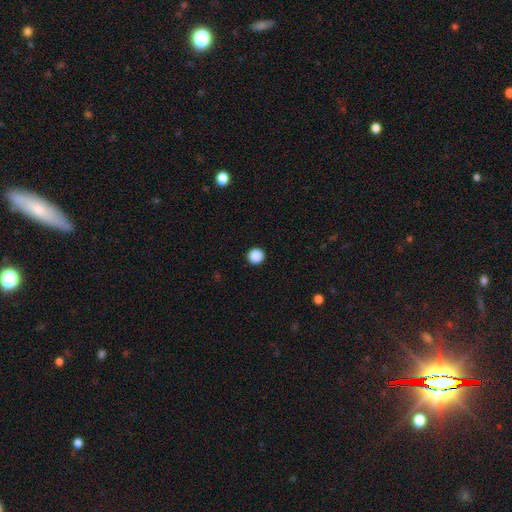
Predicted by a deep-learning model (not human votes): This appears to be a smooth galaxy with no disk features (89%) that is round (96%). Merging: none (94%).